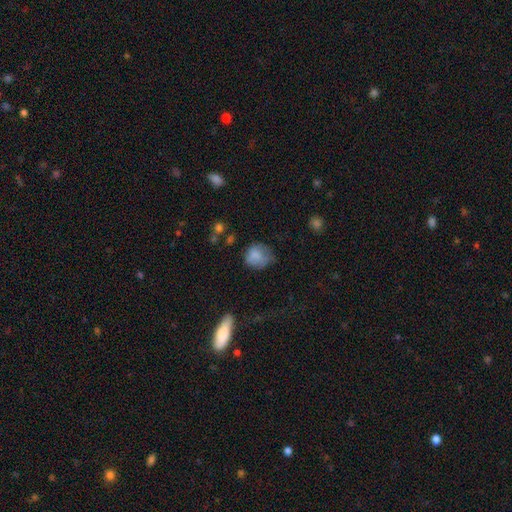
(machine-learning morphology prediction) Smooth or featured?
  - smooth: 78% *
  - featured or disk: 13%
  - star or artifact: 9%
How rounded?
  - round: 73% *
  - in between: 26%
  - cigar-shaped: 1%
Merging?
  - none: 51% *
  - minor disturbance: 32%
  - major disturbance: 15%
  - merger: 2%